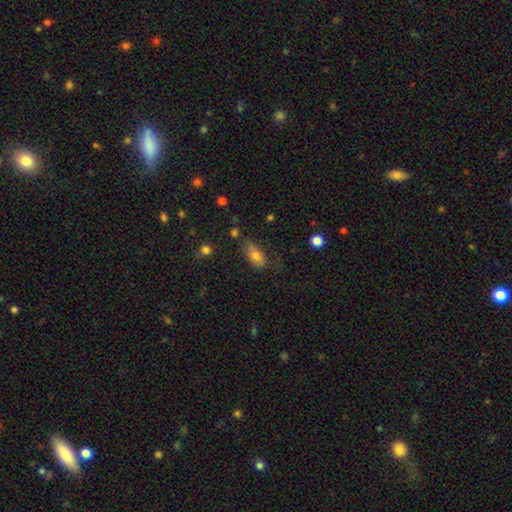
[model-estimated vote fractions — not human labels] Q: Smooth or featured?
A: smooth (74%); runner-up: featured or disk (16%)
Q: How rounded?
A: in between (86%); runner-up: cigar-shaped (9%)
Q: Merging?
A: none (59%); runner-up: minor disturbance (26%)